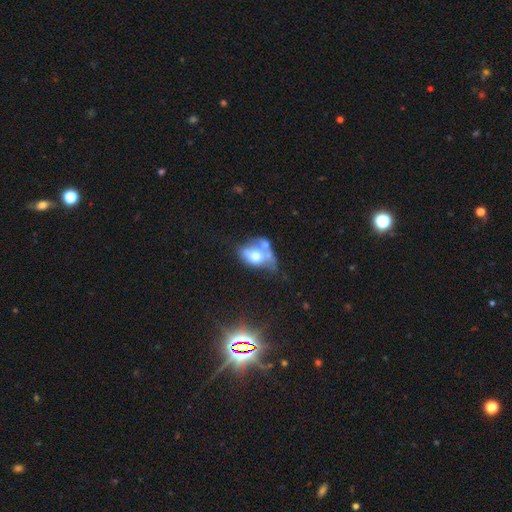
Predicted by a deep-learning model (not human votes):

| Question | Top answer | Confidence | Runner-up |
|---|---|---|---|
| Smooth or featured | smooth | 56% | featured or disk (34%) |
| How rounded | in between | 76% | round (21%) |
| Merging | merger | 42% | major disturbance (21%) |